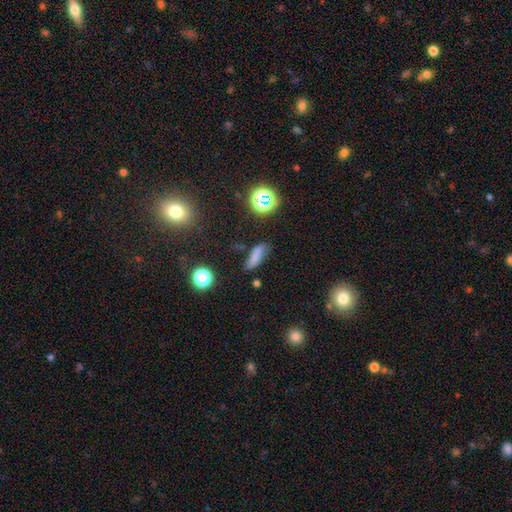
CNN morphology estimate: The model was most divided on "how rounded": cigar-shaped: 48%, in between: 46%, round: 6%. More confident: smooth or featured — smooth (69%); merging — none (67%).